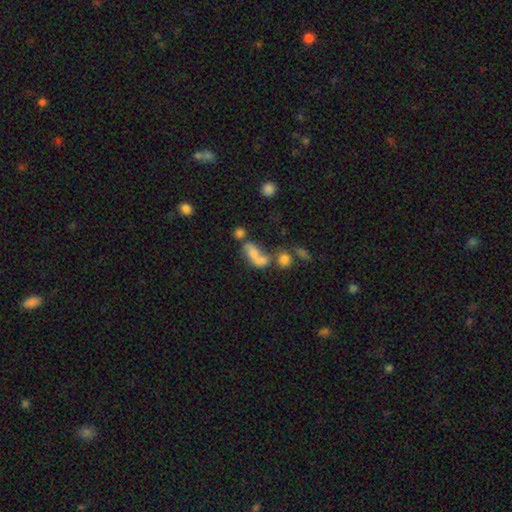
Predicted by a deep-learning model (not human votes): smooth-or-featured: smooth: 62% | featured or disk: 25% | star or artifact: 14%
  how-rounded: in between: 74% | round: 15% | cigar-shaped: 11%
  merging: merger: 50% | none: 24% | major disturbance: 14% | minor disturbance: 12%